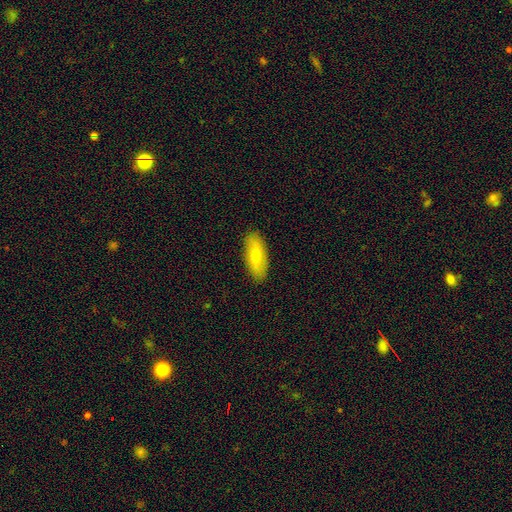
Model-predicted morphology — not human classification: This is likely a smooth galaxy (67%). How rounded: clearly in between (81%). Merging: clearly none (89%).